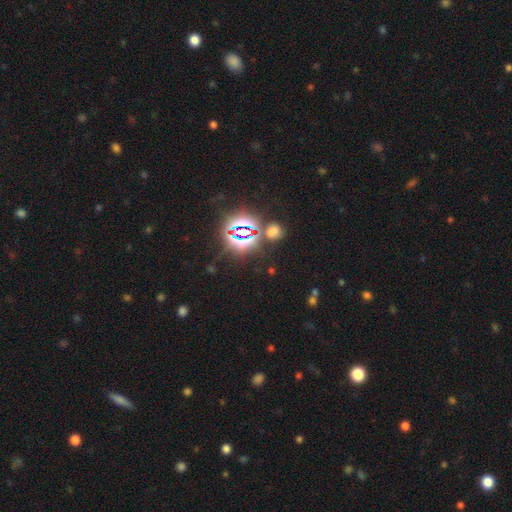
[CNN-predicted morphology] Smooth or featured: star or artifact — 81% (smooth — 13%)